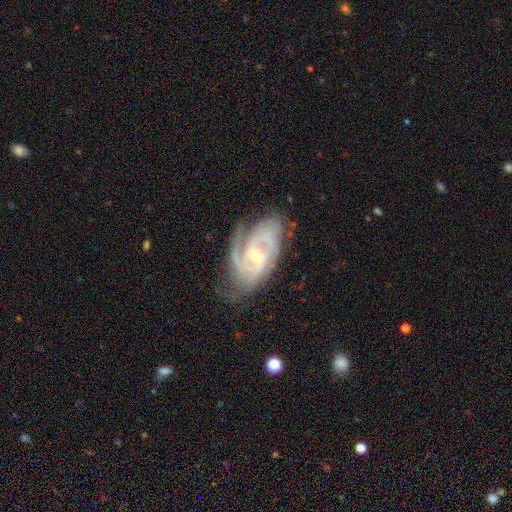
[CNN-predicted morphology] A featured or disk galaxy (91%) with no bar (50%), 2 (39%) tight (55%) spiral arms (98%) and a small central bulge (56%).

Vote fractions:
- Smooth or featured? featured or disk: 91% / star or artifact: 5% / smooth: 4%
- Edge-on disk? no: 97% / yes: 3%
- Bar? no: 50% / weak: 36% / strong: 14%
- Spiral arms? yes: 98% / no: 2%
- Spiral winding? tight: 55% / medium: 39% / loose: 6%
- Spiral arm count? 2: 39% / 3: 37% / can't tell: 10% / 4: 6% / 1: 4% / more than 4: 4%
- Bulge size? small: 56% / moderate: 42% / large: 1% / none: 1% / dominant: 1%
- Merging? none: 67% / minor disturbance: 23% / major disturbance: 9% / merger: 1%